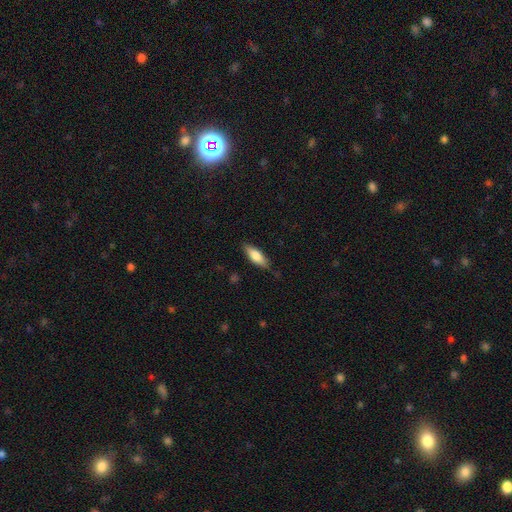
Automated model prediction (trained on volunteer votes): A smooth galaxy with no disk features (76%) that is in between round and cigar-shaped (62%).

Vote fractions:
- Smooth or featured? smooth: 76% / featured or disk: 18% / star or artifact: 6%
- How rounded? in between: 62% / cigar-shaped: 36% / round: 2%
- Merging? none: 80% / minor disturbance: 15% / major disturbance: 3% / merger: 1%